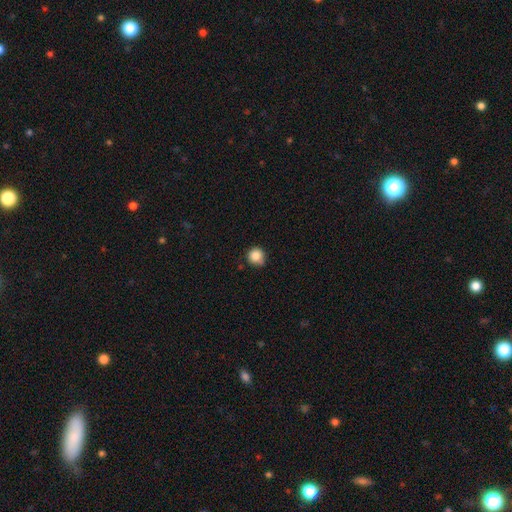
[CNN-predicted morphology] This is clearly a smooth galaxy (86%). How rounded: clearly round (92%). Merging: likely none (71%).